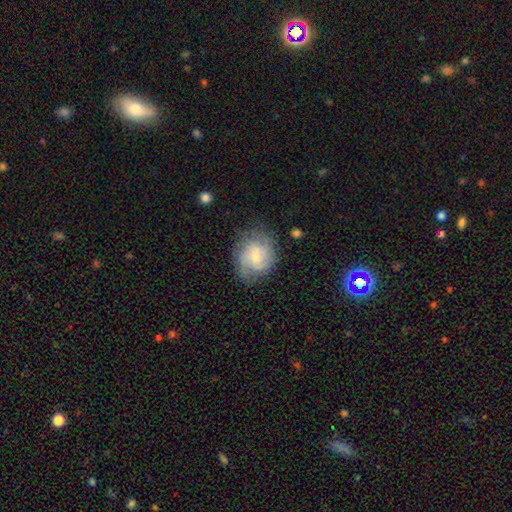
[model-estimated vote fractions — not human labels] Smooth or featured? featured or disk (63%)
Edge-on disk? no (97%)
Bar? no (53%)
Spiral arms? yes (90%)
Spiral winding? medium (43%)
Spiral arm count? can't tell (34%)
Bulge size? small (65%)
Merging? none (69%)